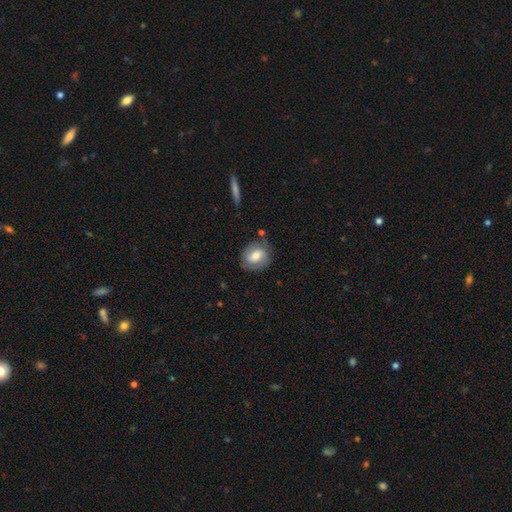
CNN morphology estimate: Smooth or featured?
  - smooth: 63% *
  - featured or disk: 29%
  - star or artifact: 8%
How rounded?
  - round: 62% *
  - in between: 36%
  - cigar-shaped: 1%
Merging?
  - none: 75% *
  - minor disturbance: 17%
  - major disturbance: 5%
  - merger: 3%